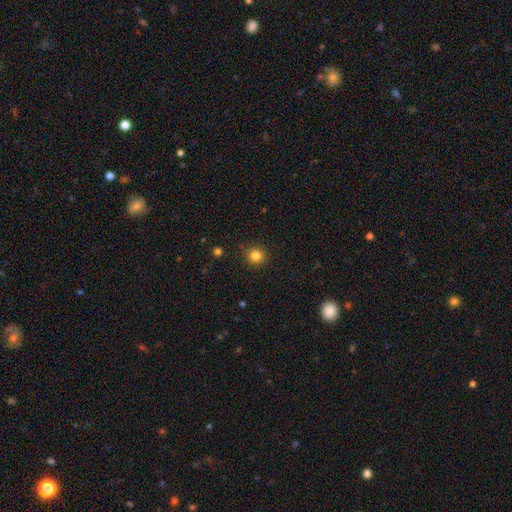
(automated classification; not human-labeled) Smooth or featured: smooth — 83% (star or artifact — 12%)
How rounded: round — 93% (in between — 6%)
Merging: none — 90% (minor disturbance — 6%)